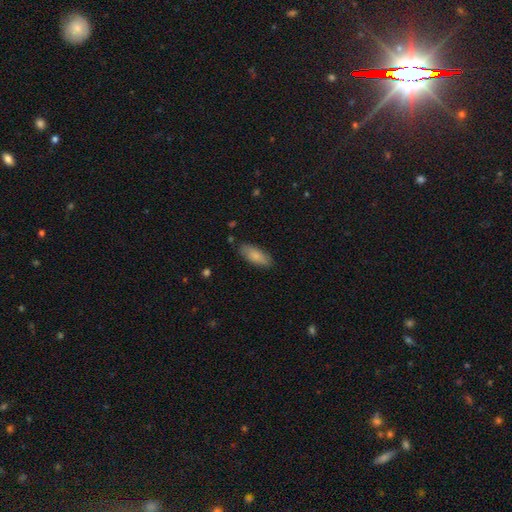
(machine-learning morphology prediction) Smooth or featured?
  - smooth: 82% *
  - featured or disk: 12%
  - star or artifact: 6%
How rounded?
  - in between: 80% *
  - cigar-shaped: 18%
  - round: 2%
Merging?
  - none: 83% *
  - minor disturbance: 13%
  - major disturbance: 3%
  - merger: 1%